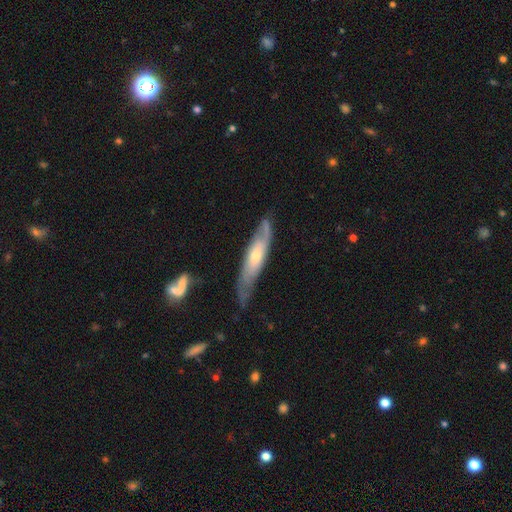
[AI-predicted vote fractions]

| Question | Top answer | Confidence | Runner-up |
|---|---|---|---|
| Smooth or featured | featured or disk | 67% | smooth (28%) |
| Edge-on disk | no | 56% | yes (44%) |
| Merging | none | 66% | minor disturbance (24%) |